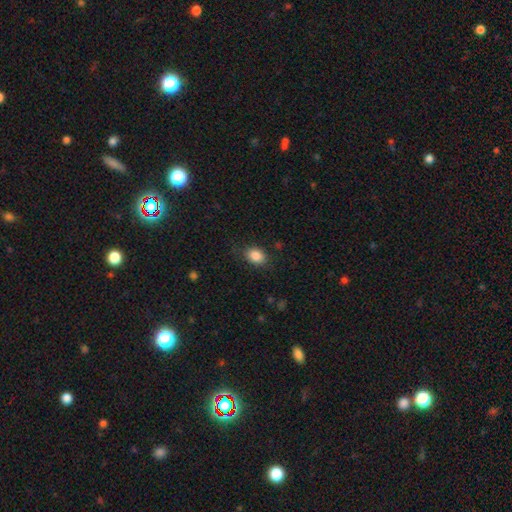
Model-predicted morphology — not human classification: Smooth or featured? smooth (86%)
How rounded? in between (69%)
Merging? none (81%)